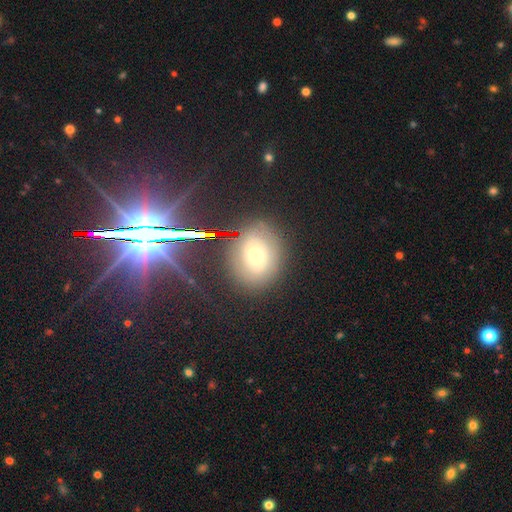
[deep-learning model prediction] This is possibly a smooth galaxy (57%). How rounded: possibly in between (52%). Merging: likely none (78%).